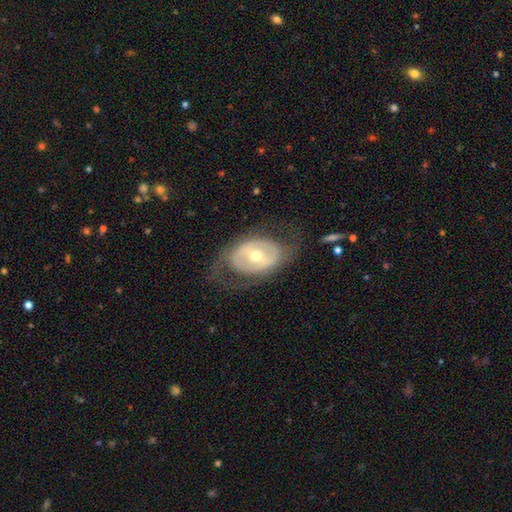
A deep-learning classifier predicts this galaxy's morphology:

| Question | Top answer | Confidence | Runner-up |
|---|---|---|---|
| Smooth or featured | featured or disk | 67% | smooth (27%) |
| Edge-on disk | no | 92% | yes (8%) |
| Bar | no | 41% | weak (33%) |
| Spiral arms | no | 66% | yes (34%) |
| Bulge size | moderate | 62% | small (32%) |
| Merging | none | 66% | minor disturbance (17%) |